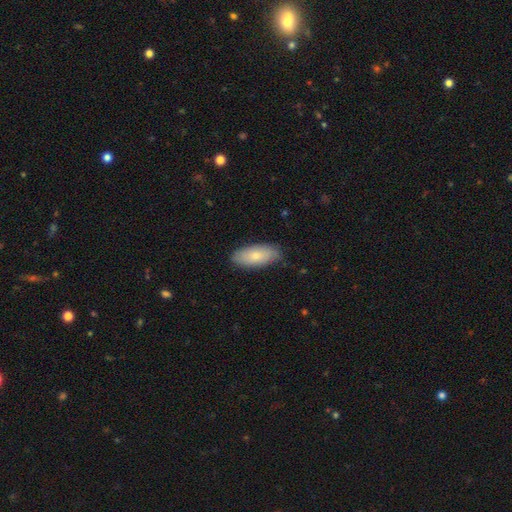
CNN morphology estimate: smooth-or-featured: smooth: 75% | featured or disk: 20% | star or artifact: 6%
  how-rounded: in between: 86% | cigar-shaped: 12% | round: 2%
  merging: none: 80% | minor disturbance: 16% | major disturbance: 3% | merger: 1%